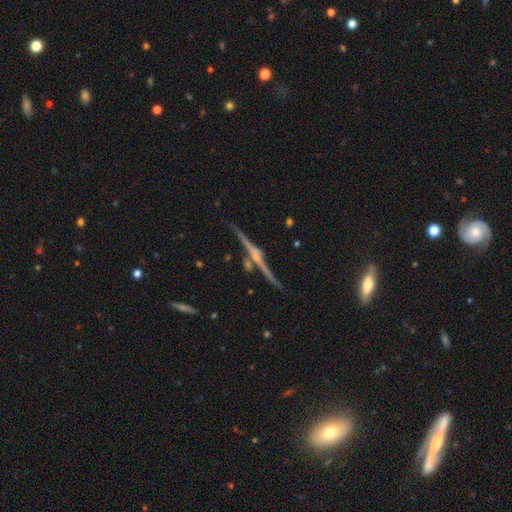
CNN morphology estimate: This appears to be a featured or disk galaxy (84%) viewed edge-on (98%) with a rounded central bulge (74%). Merging: none (83%).